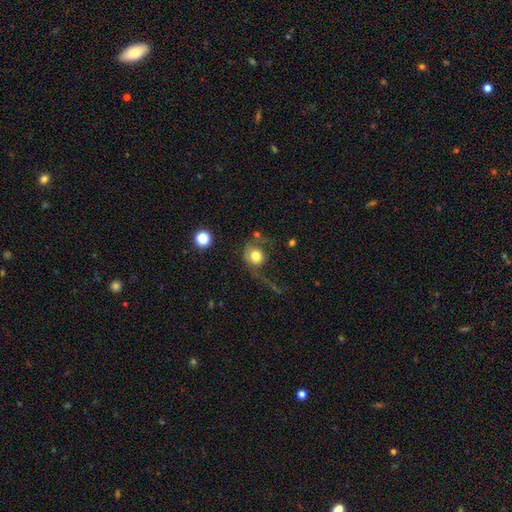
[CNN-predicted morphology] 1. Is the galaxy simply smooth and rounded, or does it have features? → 73% smooth, 17% featured or disk, 10% star or artifact.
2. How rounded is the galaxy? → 76% round, 22% in between, 1% cigar-shaped.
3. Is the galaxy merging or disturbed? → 37% major disturbance, 36% none, 19% minor disturbance, 8% merger.